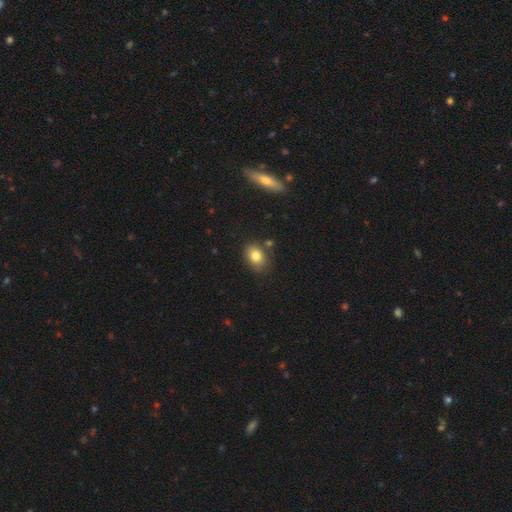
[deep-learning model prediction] Smooth or featured: smooth — 81% (star or artifact — 10%)
How rounded: in between — 67% (round — 32%)
Merging: none — 77% (minor disturbance — 14%)